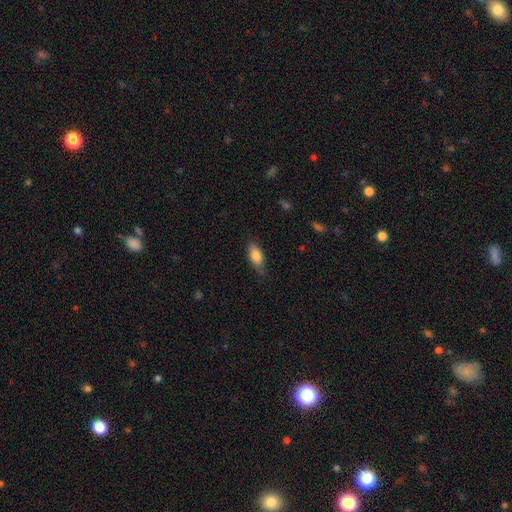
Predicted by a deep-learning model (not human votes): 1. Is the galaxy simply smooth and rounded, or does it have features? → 81% smooth, 13% featured or disk, 7% star or artifact.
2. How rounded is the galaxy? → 82% in between, 15% cigar-shaped, 3% round.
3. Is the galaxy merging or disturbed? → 74% none, 21% minor disturbance, 4% major disturbance, 1% merger.